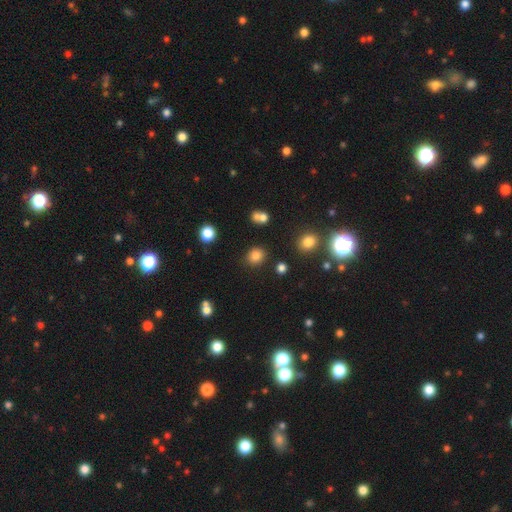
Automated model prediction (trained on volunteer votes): Smooth or featured: smooth — 81% (star or artifact — 14%)
How rounded: round — 77% (in between — 22%)
Merging: none — 84% (minor disturbance — 9%)